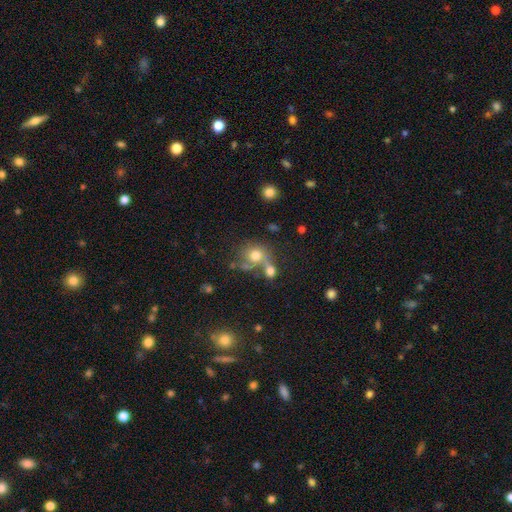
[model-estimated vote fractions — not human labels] The model was most divided on "merging": merger: 39%, none: 38%, minor disturbance: 13%, major disturbance: 10%. More confident: how rounded — round (75%); smooth or featured — smooth (70%).